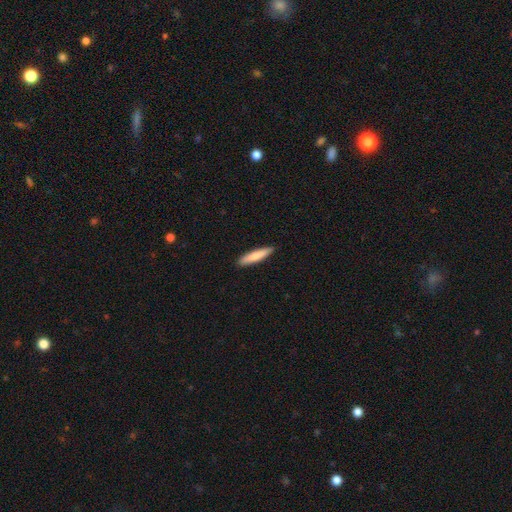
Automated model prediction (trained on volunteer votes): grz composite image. It shows a smooth galaxy with no disk features (80%) that is cigar-shaped (87%). Merging: none (91%).